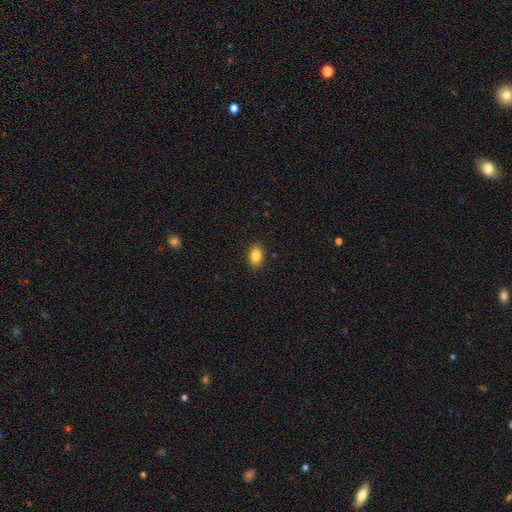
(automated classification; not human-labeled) smooth-or-featured: smooth: 85% | star or artifact: 9% | featured or disk: 6%
  how-rounded: in between: 86% | round: 13% | cigar-shaped: 2%
  merging: none: 89% | minor disturbance: 8% | major disturbance: 2% | merger: 1%